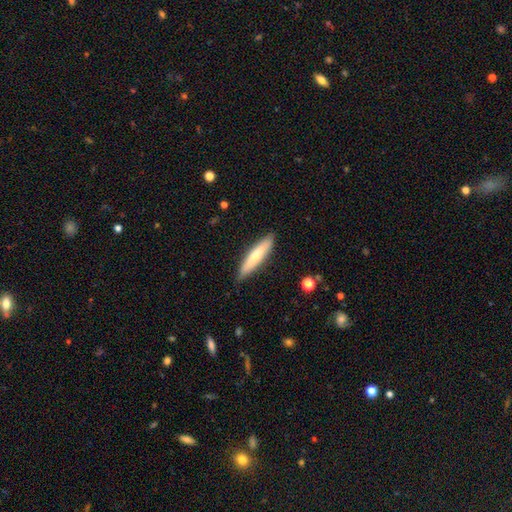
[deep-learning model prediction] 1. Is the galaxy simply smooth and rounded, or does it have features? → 63% smooth, 32% featured or disk, 5% star or artifact.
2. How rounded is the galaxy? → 83% cigar-shaped, 15% in between, 1% round.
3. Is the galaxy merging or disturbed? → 85% none, 11% minor disturbance, 2% major disturbance, 1% merger.